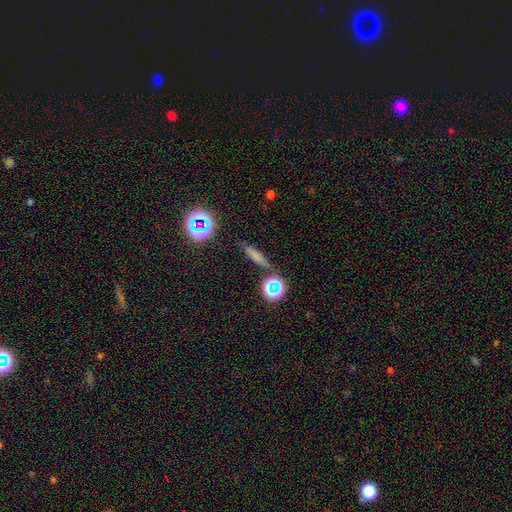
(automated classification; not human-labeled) Overall: smooth (64%). How rounded: cigar-shaped (79%). Merging: none (78%).